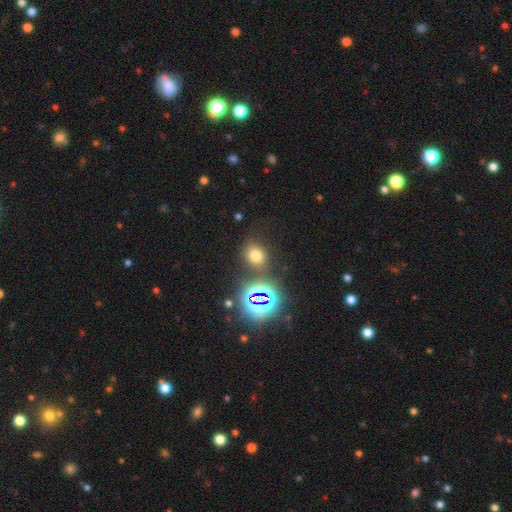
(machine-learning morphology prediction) A smooth galaxy with no disk features (63%) that is round (61%). Merging: none (76%).